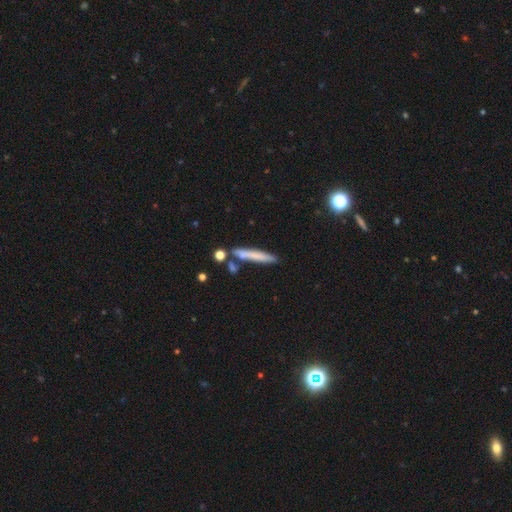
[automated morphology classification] Smooth or featured? Predicted: smooth (p=0.68). How rounded? Predicted: cigar-shaped (p=0.92). Merging? Predicted: none (p=0.70).